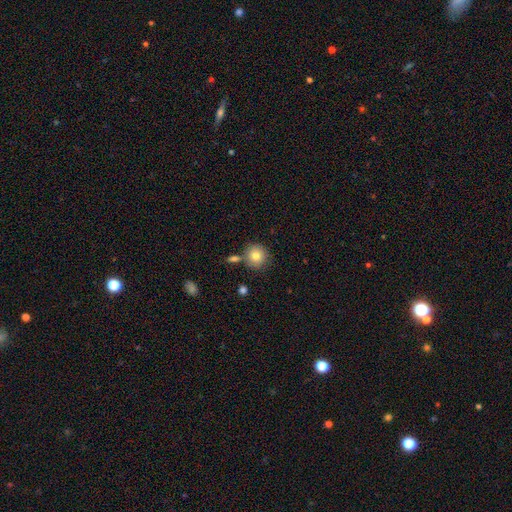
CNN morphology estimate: Q: Smooth or featured?
A: smooth (80%); runner-up: featured or disk (10%)
Q: How rounded?
A: round (90%); runner-up: in between (9%)
Q: Merging?
A: none (73%); runner-up: merger (13%)